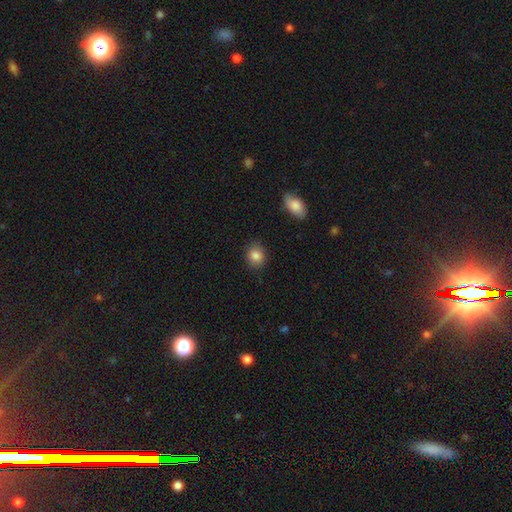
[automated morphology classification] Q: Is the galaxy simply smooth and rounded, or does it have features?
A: smooth — 84%.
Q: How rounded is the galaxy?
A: round — 71%.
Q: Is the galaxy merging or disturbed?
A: none — 86%.